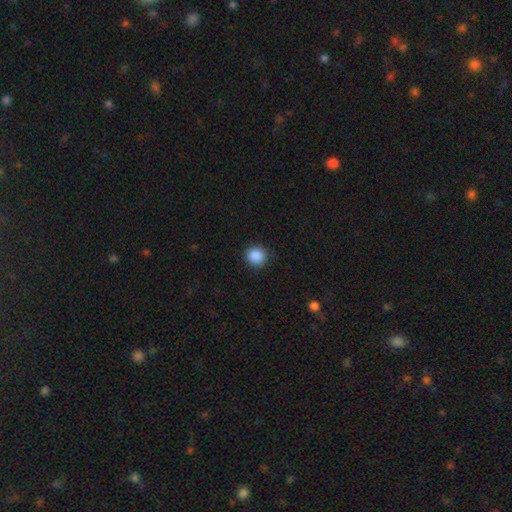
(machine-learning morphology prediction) smooth_or_featured: smooth (p=0.89) [alt: star or artifact p=0.09]
how_rounded: round (p=0.90) [alt: in between p=0.09]
merging: none (p=0.89) [alt: minor disturbance p=0.08]